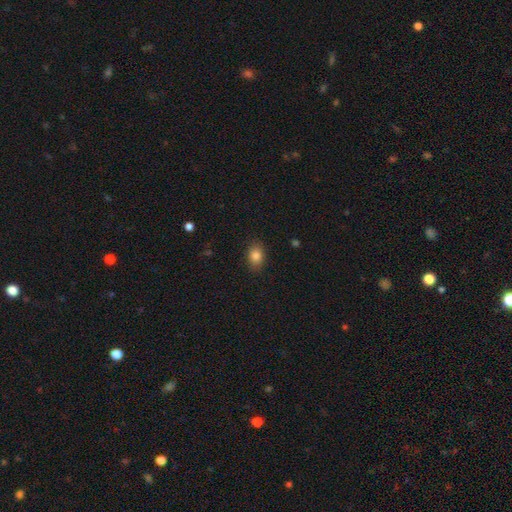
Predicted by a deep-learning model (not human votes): This appears to be a smooth galaxy with no disk features (83%) that is in between round and cigar-shaped (73%). Merging: none (88%).